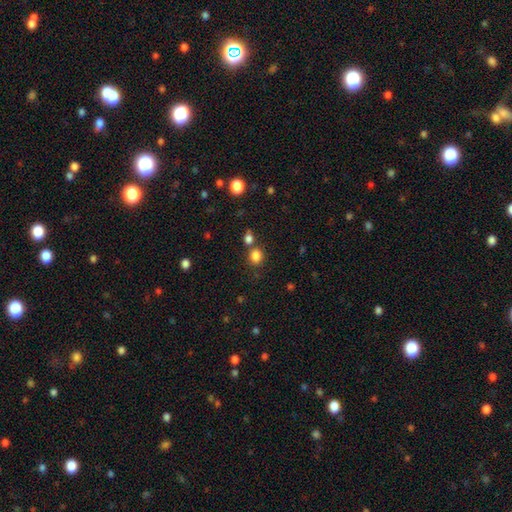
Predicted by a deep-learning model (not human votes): This appears to be a smooth galaxy with no disk features (82%) that is round (63%). Merging: none (66%).